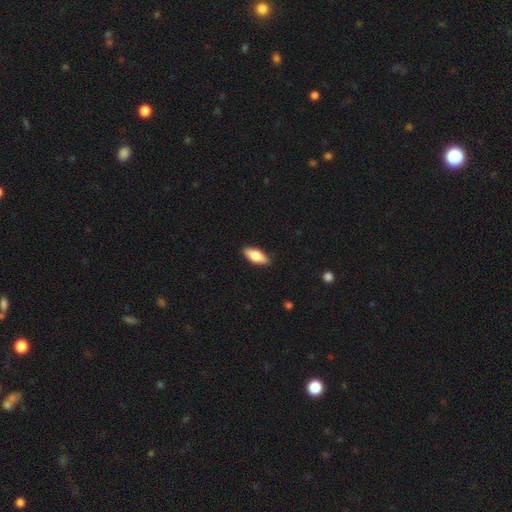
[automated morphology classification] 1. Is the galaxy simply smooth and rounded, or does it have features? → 72% smooth, 23% featured or disk, 6% star or artifact.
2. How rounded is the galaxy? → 79% in between, 18% cigar-shaped, 3% round.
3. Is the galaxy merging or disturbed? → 89% none, 8% minor disturbance, 2% major disturbance, 1% merger.